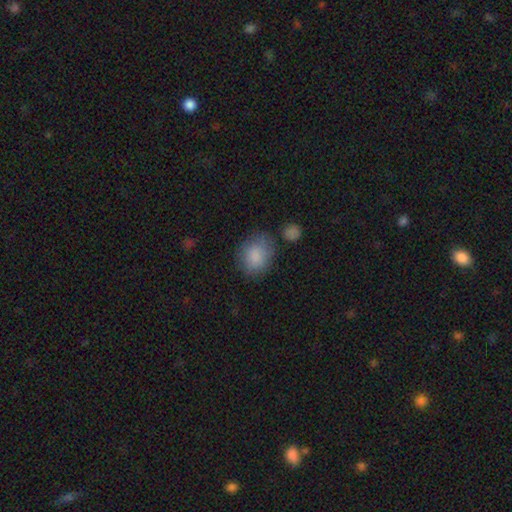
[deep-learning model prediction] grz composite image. It shows a smooth galaxy with no disk features (86%) that is round (49%, tied with in between). Merging: none (66%).